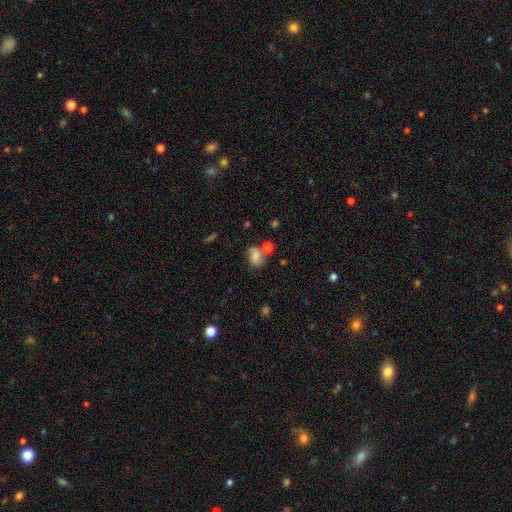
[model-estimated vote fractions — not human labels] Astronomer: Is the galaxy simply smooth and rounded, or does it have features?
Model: smooth — 69%.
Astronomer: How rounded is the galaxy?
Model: in between — 70%.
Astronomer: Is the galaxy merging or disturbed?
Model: none — 51%.